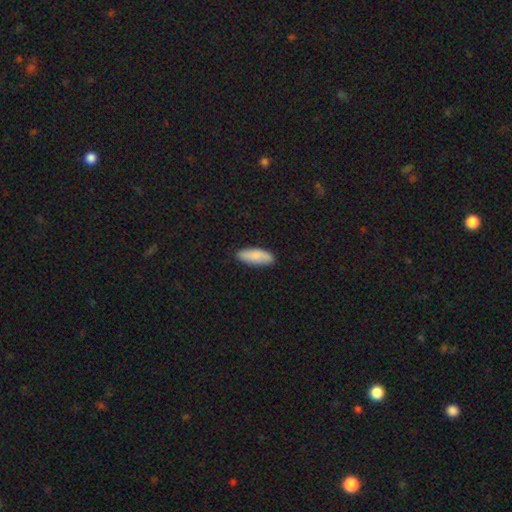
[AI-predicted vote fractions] This appears to be a smooth galaxy with no disk features (86%) that is in between round and cigar-shaped (69%). Merging: none (86%).